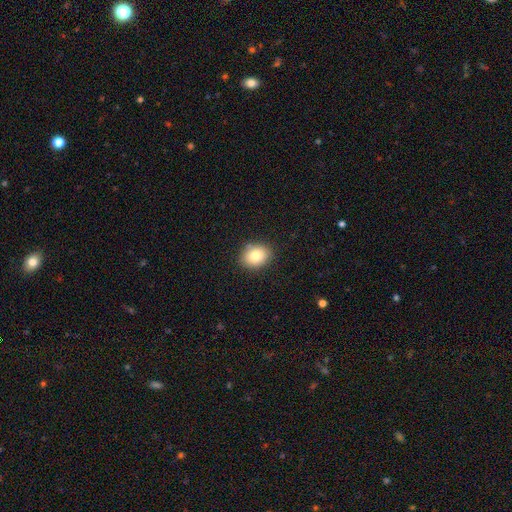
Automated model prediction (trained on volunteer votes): Smooth or featured? smooth (80%)
How rounded? in between (51%)
Merging? none (86%)